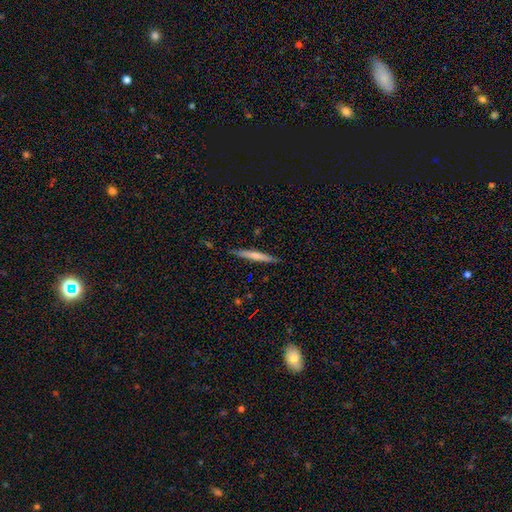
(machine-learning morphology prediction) smooth 53%, featured or disk 41%, star or artifact 6%. Down the decision tree: how rounded — cigar-shaped (95%); merging — none (88%).